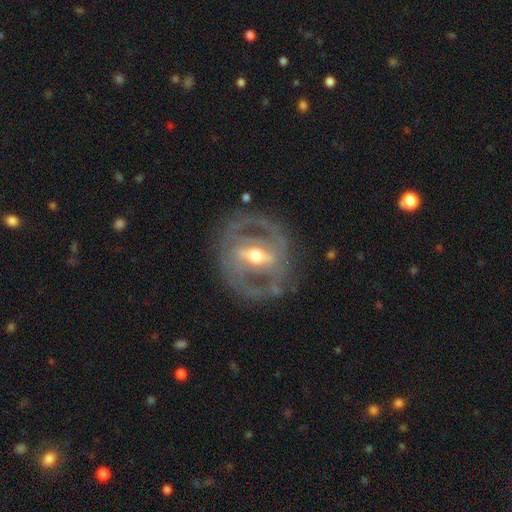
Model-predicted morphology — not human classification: A featured or disk galaxy (86%) with a strong bar (67%), 2 (75%) tight (43%) spiral arms (77%) and a moderate central bulge (70%).

Vote fractions:
- Smooth or featured? featured or disk: 86% / smooth: 9% / star or artifact: 5%
- Edge-on disk? no: 92% / yes: 8%
- Bar? strong: 67% / weak: 24% / no: 9%
- Spiral arms? yes: 77% / no: 23%
- Spiral winding? tight: 43% / medium: 42% / loose: 14%
- Spiral arm count? 2: 75% / can't tell: 13% / 3: 5% / 1: 3% / 4: 2% / more than 4: 2%
- Bulge size? moderate: 70% / small: 22% / large: 7% / dominant: 1% / none: 1%
- Merging? none: 75% / minor disturbance: 14% / major disturbance: 9% / merger: 2%